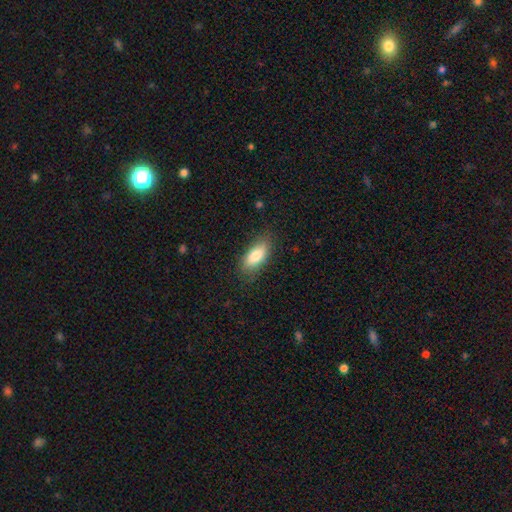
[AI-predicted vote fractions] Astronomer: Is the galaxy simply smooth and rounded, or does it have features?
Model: smooth — 82%.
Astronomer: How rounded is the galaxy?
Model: in between — 83%.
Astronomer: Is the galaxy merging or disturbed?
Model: none — 79%.